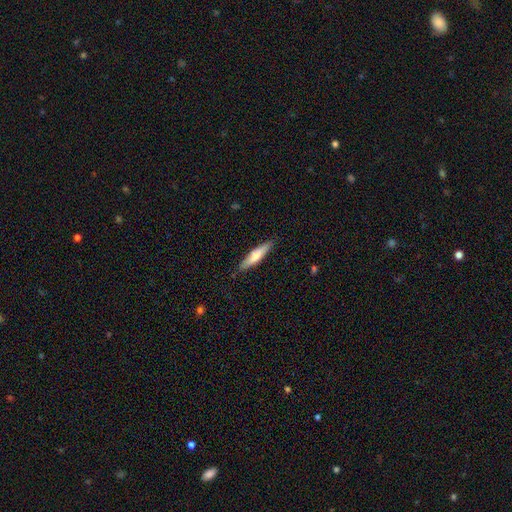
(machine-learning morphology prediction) This is likely a smooth galaxy (61%). How rounded: clearly cigar-shaped (81%). Merging: clearly none (86%).